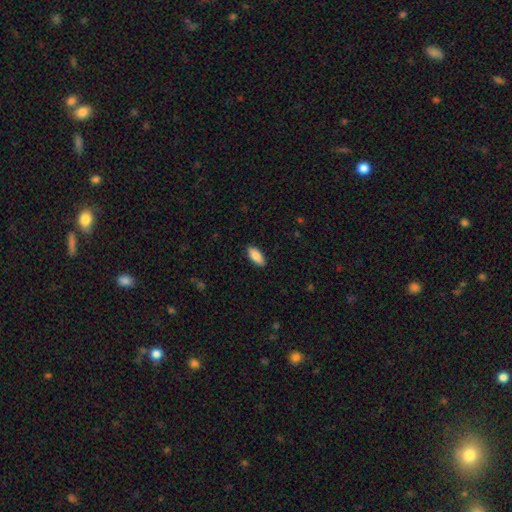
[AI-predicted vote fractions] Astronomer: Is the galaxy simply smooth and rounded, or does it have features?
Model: smooth — 84%.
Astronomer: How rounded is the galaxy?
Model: in between — 83%.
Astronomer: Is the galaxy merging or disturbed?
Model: none — 89%.